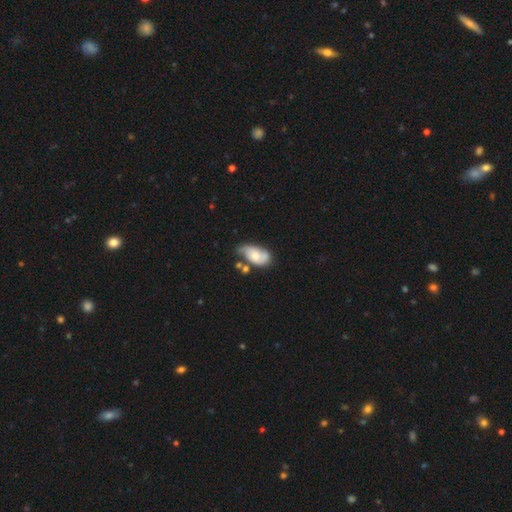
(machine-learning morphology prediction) This is possibly a featured or disk galaxy (51%). It is clearly not viewed edge-on (95%). Merging: marginally none (38%).